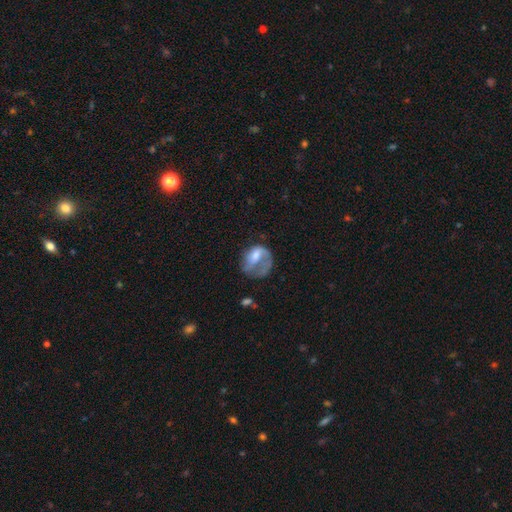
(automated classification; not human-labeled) Overall: featured or disk (46%, tied with smooth). Merging: major disturbance (47%; none 28%).